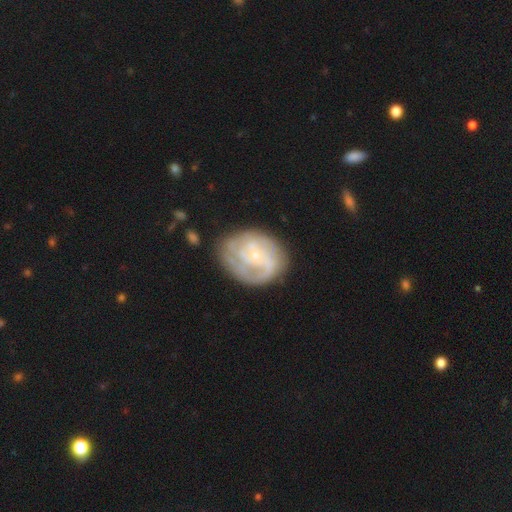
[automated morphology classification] Smooth or featured? featured or disk (77%)
Edge-on disk? no (98%)
Bar? no (64%)
Spiral arms? yes (87%)
Spiral winding? tight (57%)
Spiral arm count? can't tell (39%)
Bulge size? small (79%)
Merging? none (64%)